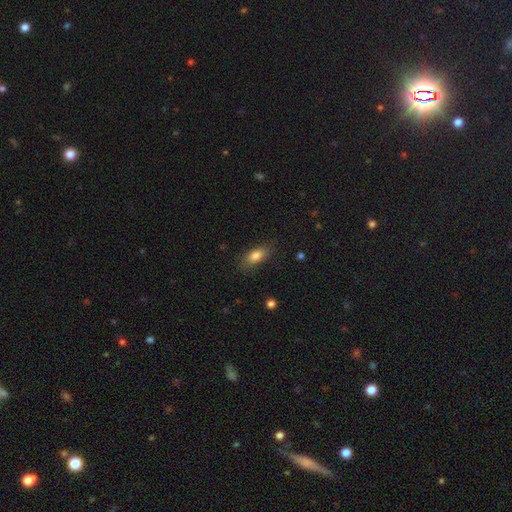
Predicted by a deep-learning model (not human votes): Smooth or featured? Predicted: smooth (p=0.82). How rounded? Predicted: in between (p=0.82). Merging? Predicted: none (p=0.79).